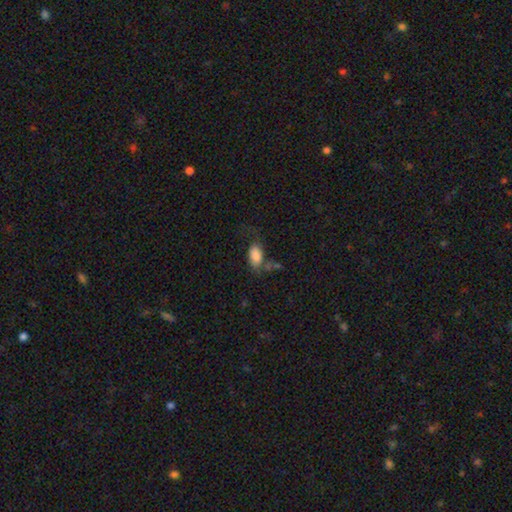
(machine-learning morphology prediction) Overall: smooth (81%). How rounded: in between (93%). Merging: none (40%; minor disturbance 25%).